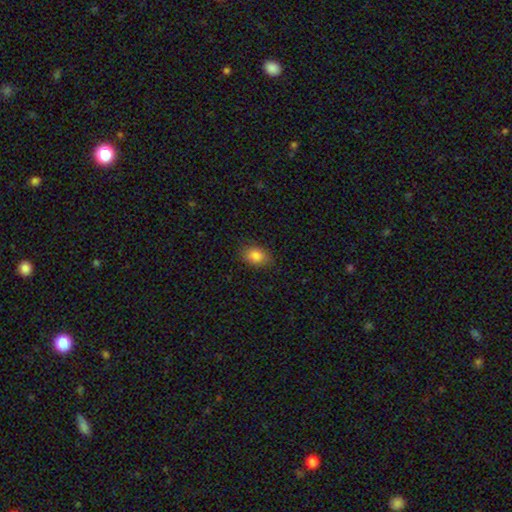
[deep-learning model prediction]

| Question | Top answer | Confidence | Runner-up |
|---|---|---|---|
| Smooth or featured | smooth | 85% | star or artifact (8%) |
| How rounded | in between | 82% | round (17%) |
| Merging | none | 83% | minor disturbance (13%) |